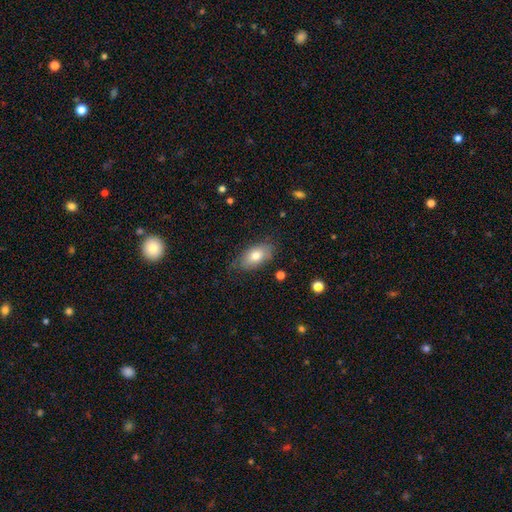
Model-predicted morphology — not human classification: Overall: smooth (75%). How rounded: in between (90%). Merging: none (73%).